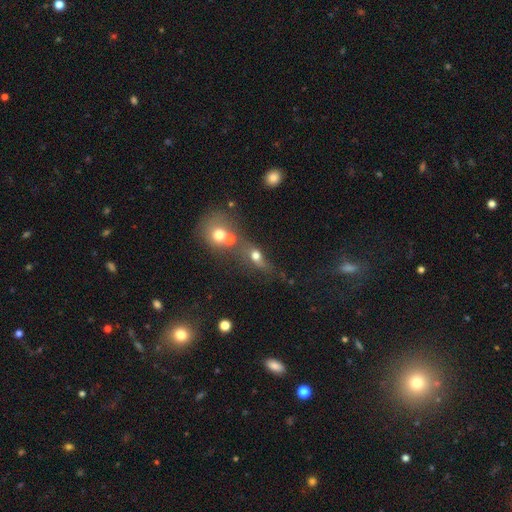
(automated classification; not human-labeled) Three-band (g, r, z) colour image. It shows a smooth galaxy with no disk features (60%) that is round (44%, tied with in between). Merging: merger (41%).